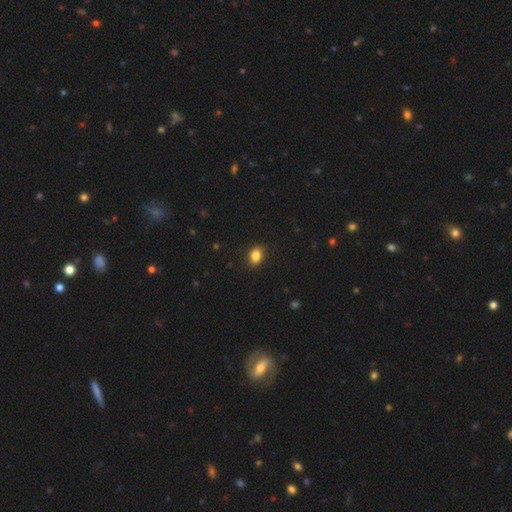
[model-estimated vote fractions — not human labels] Smooth or featured?
  - smooth: 85% *
  - star or artifact: 10%
  - featured or disk: 5%
How rounded?
  - in between: 67% *
  - round: 32%
  - cigar-shaped: 1%
Merging?
  - none: 85% *
  - minor disturbance: 11%
  - major disturbance: 3%
  - merger: 1%